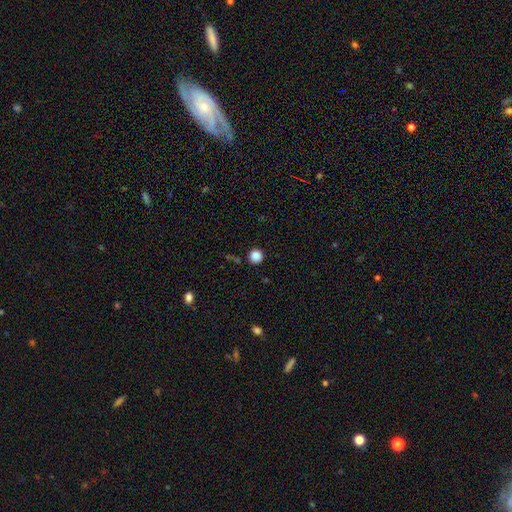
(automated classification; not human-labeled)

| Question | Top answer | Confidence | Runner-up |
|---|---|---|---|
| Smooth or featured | smooth | 86% | star or artifact (11%) |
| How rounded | round | 95% | in between (4%) |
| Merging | none | 89% | minor disturbance (6%) |